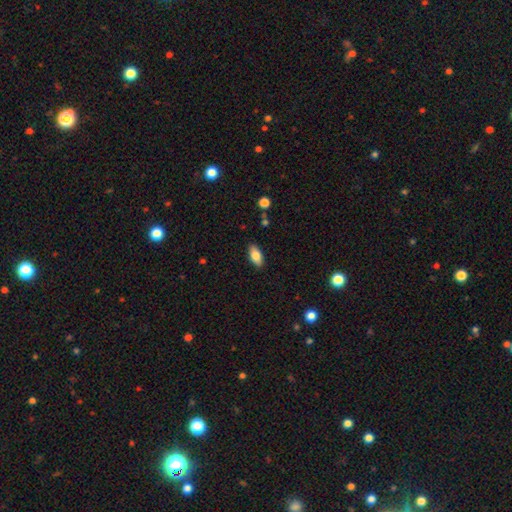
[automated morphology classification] smooth 80%, featured or disk 13%, star or artifact 7%. Down the decision tree: how rounded — in between (90%); merging — none (88%).